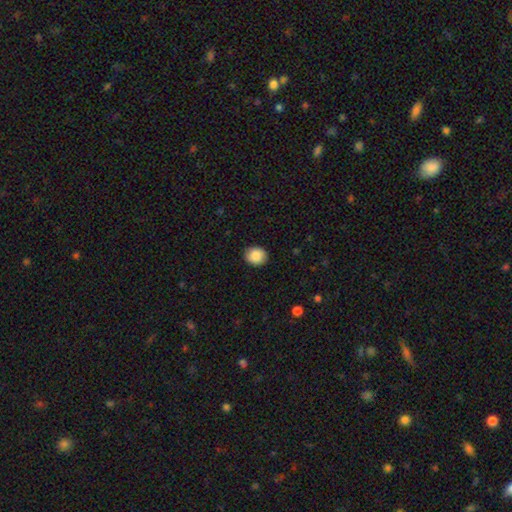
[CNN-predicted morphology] This appears to be a smooth galaxy with no disk features (88%) that is round (67%). Merging: none (90%).